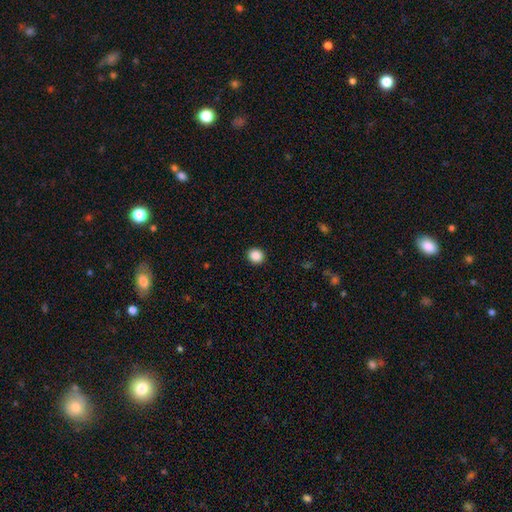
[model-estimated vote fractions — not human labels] A smooth galaxy with no disk features (89%) that is round (80%).

Vote fractions:
- Smooth or featured? smooth: 89% / star or artifact: 9% / featured or disk: 2%
- How rounded? round: 80% / in between: 19% / cigar-shaped: 1%
- Merging? none: 92% / minor disturbance: 6% / major disturbance: 2% / merger: 1%